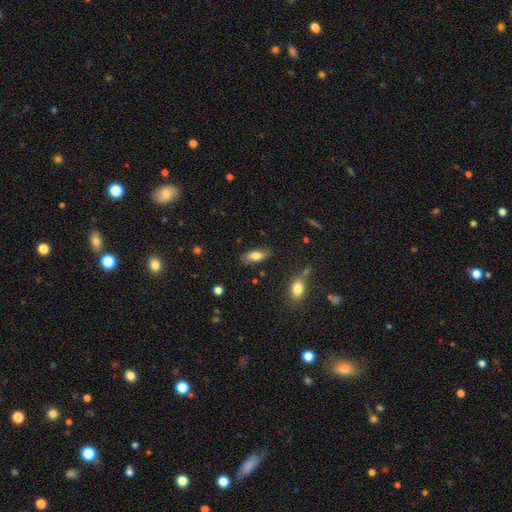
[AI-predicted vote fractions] A smooth galaxy with no disk features (77%) that is in between round and cigar-shaped (80%).

Vote fractions:
- Smooth or featured? smooth: 77% / featured or disk: 16% / star or artifact: 8%
- How rounded? in between: 80% / cigar-shaped: 17% / round: 3%
- Merging? none: 73% / minor disturbance: 19% / major disturbance: 5% / merger: 3%